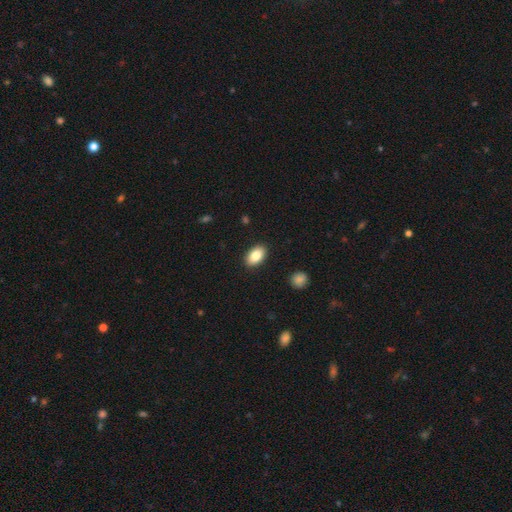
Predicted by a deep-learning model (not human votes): This appears to be a smooth galaxy with no disk features (84%) that is in between round and cigar-shaped (92%). Merging: none (90%).